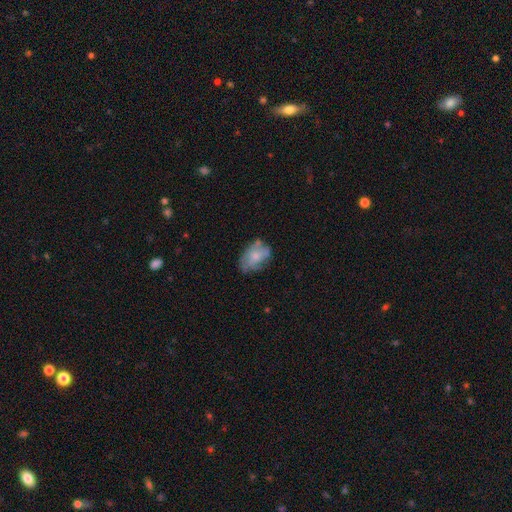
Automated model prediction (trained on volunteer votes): This is possibly a smooth galaxy (48%). Merging: possibly none (54%).